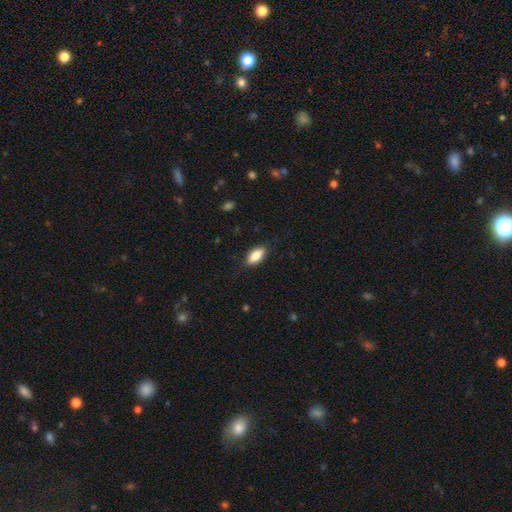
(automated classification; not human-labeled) Smooth or featured: smooth — 84% (featured or disk — 9%)
How rounded: in between — 88% (cigar-shaped — 9%)
Merging: none — 85% (minor disturbance — 12%)